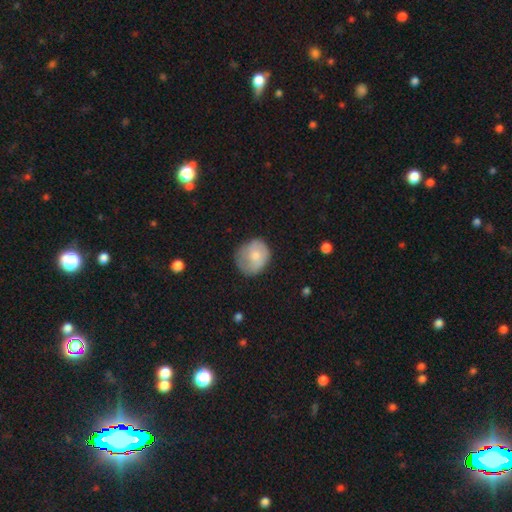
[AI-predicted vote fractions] smooth_or_featured: smooth (p=0.70) [alt: featured or disk p=0.23]
how_rounded: round (p=0.73) [alt: in between p=0.27]
merging: none (p=0.57) [alt: minor disturbance p=0.30]